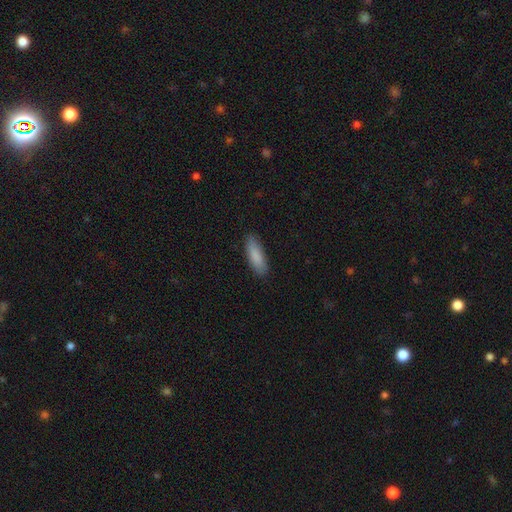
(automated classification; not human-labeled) Morphology: type=smooth (87%); roundness=in between (53%); merging=none (86%).